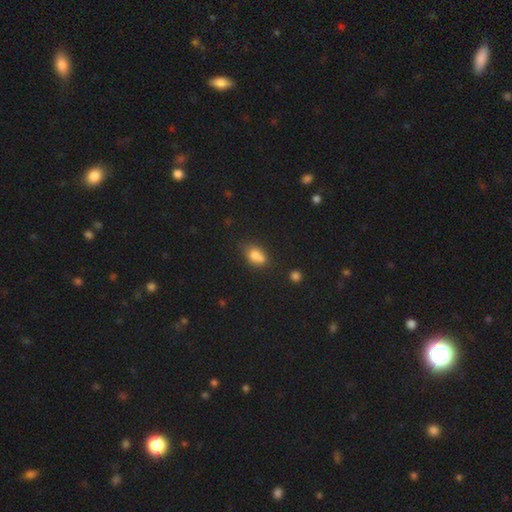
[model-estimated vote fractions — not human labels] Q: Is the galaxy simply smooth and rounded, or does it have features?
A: smooth — 77%.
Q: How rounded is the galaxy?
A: in between — 67%.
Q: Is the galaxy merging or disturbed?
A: none — 42%.